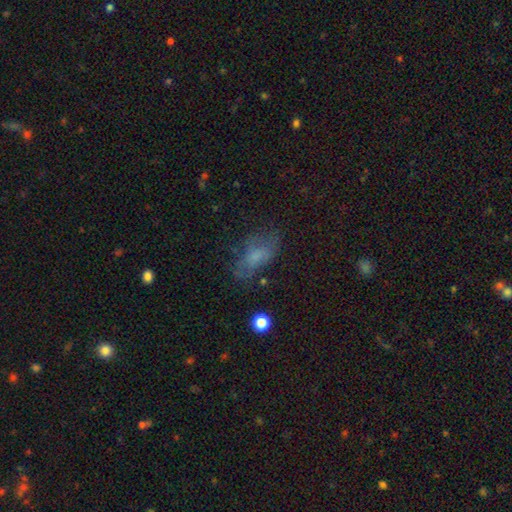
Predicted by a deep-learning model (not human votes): Overall: smooth (57%; featured or disk 28%). How rounded: in between (84%). Merging: none (52%; minor disturbance 25%).